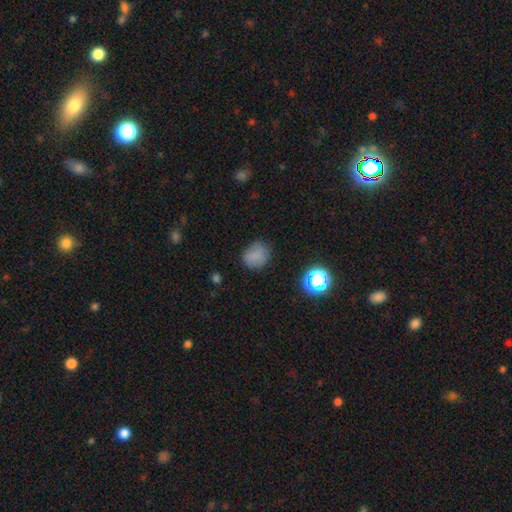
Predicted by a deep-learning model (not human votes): This is likely a smooth galaxy (76%). How rounded: likely round (70%). Merging: likely none (74%).